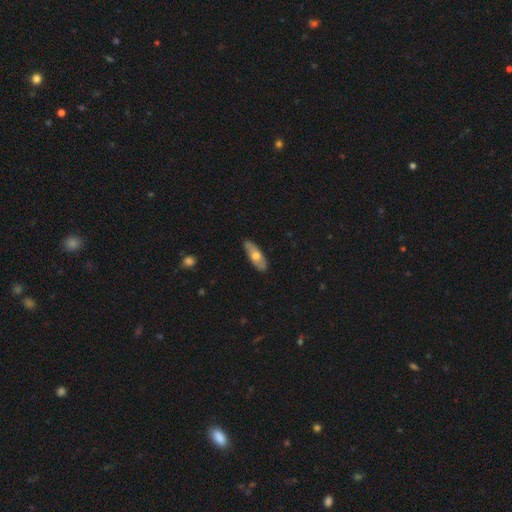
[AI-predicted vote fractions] smooth 58%, featured or disk 37%, star or artifact 5%. Down the decision tree: how rounded — in between (66%); merging — none (85%).